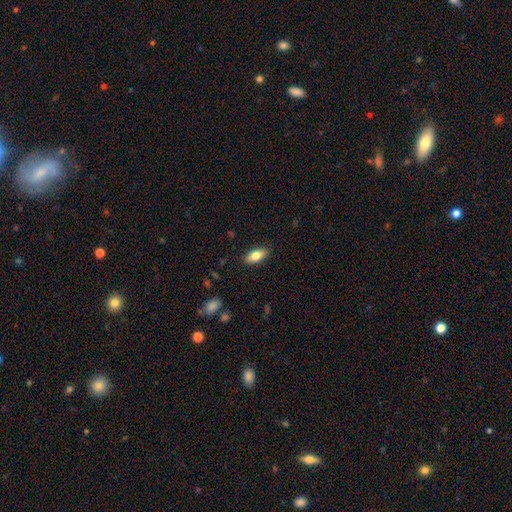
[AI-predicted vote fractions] Overall: smooth (80%). How rounded: in between (88%). Merging: none (88%).